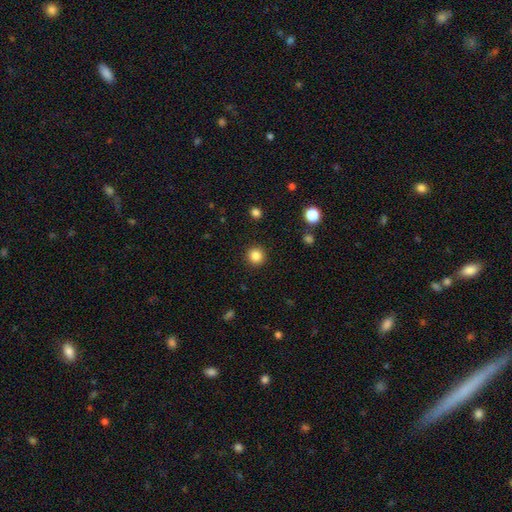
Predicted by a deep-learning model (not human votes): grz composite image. It shows a smooth galaxy with no disk features (85%) that is round (94%). Merging: none (92%).